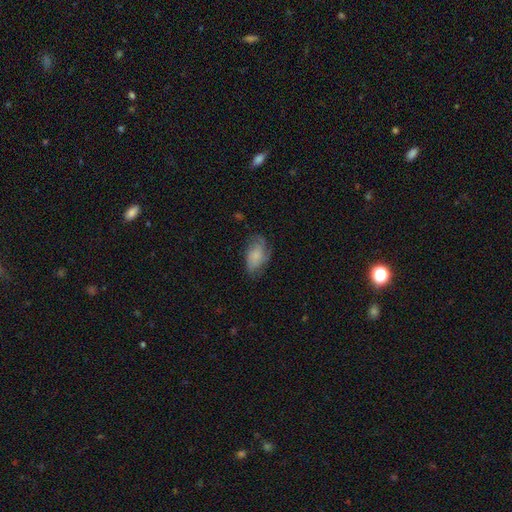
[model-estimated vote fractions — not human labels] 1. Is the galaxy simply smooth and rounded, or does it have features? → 56% smooth, 35% featured or disk, 9% star or artifact.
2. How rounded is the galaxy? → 90% in between, 8% round, 3% cigar-shaped.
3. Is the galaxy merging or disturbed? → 56% none, 28% minor disturbance, 15% major disturbance, 1% merger.